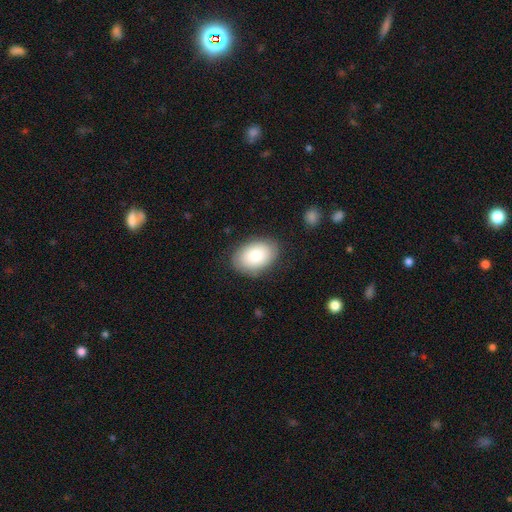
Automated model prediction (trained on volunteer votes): smooth-or-featured: smooth: 80% | featured or disk: 14% | star or artifact: 6%
  how-rounded: in between: 85% | round: 14% | cigar-shaped: 1%
  merging: none: 83% | minor disturbance: 13% | major disturbance: 3% | merger: 1%